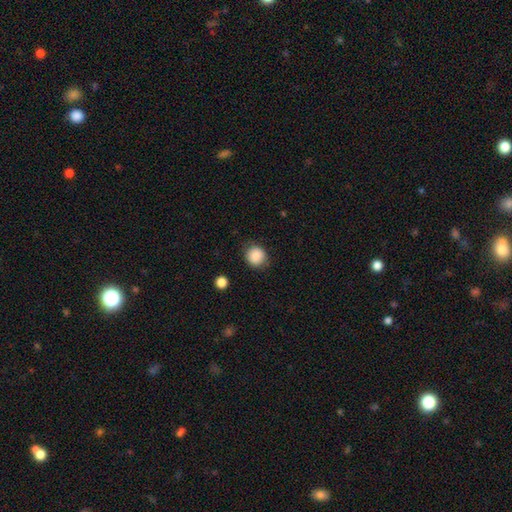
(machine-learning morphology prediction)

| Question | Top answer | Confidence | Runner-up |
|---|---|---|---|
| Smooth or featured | smooth | 88% | star or artifact (9%) |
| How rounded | round | 87% | in between (12%) |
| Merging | none | 83% | minor disturbance (12%) |